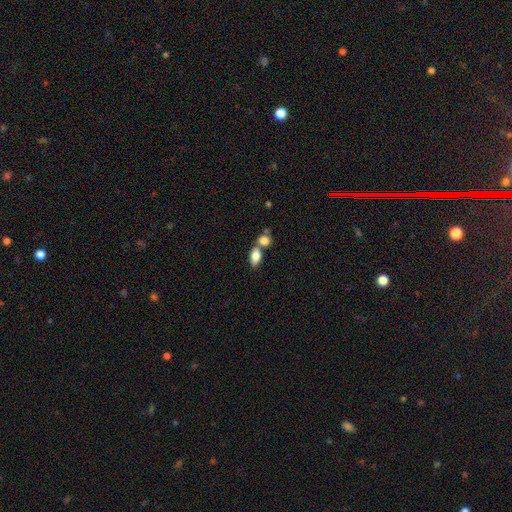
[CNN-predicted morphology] type=smooth (82%); roundness=in between (87%); merging=merger (47%).